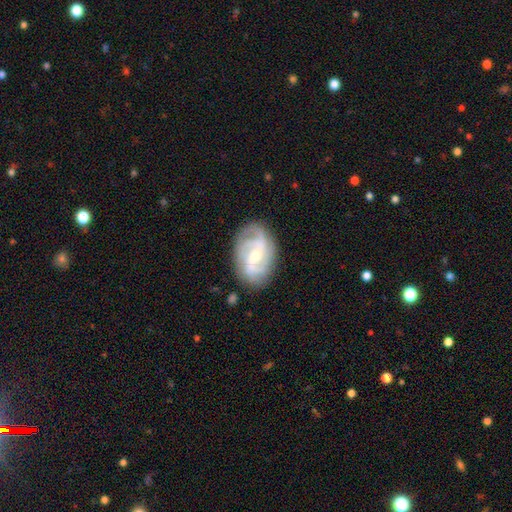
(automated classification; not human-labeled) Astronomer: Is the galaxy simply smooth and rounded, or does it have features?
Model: featured or disk — 86%.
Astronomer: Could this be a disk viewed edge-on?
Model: no — 97%.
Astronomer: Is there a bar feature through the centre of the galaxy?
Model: weak — 47% (runner-up: no, 37%).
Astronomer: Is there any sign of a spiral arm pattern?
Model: yes — 96%.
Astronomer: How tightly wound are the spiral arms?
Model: medium — 46% (runner-up: tight, 35%).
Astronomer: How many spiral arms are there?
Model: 3 — 37% (runner-up: 2, 28%).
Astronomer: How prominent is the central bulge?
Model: small — 52% (runner-up: moderate, 44%).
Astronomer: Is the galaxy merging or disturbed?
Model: none — 79%.